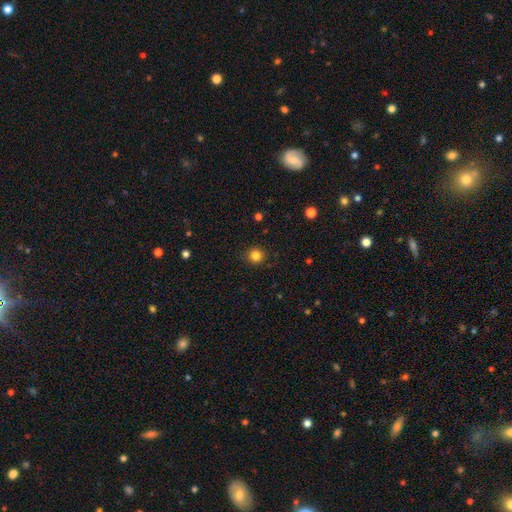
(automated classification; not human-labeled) Smooth or featured?
  - smooth: 83% *
  - star or artifact: 12%
  - featured or disk: 4%
How rounded?
  - round: 91% *
  - in between: 8%
  - cigar-shaped: 1%
Merging?
  - none: 89% *
  - minor disturbance: 8%
  - major disturbance: 2%
  - merger: 1%